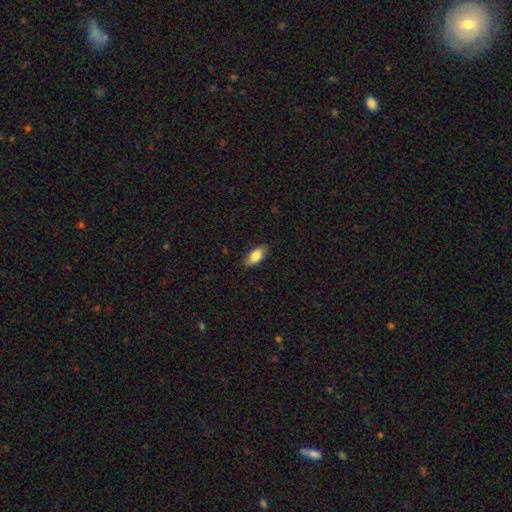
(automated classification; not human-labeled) smooth-or-featured: smooth: 84% | featured or disk: 10% | star or artifact: 6%
  how-rounded: in between: 87% | cigar-shaped: 10% | round: 2%
  merging: none: 86% | minor disturbance: 11% | major disturbance: 2% | merger: 1%